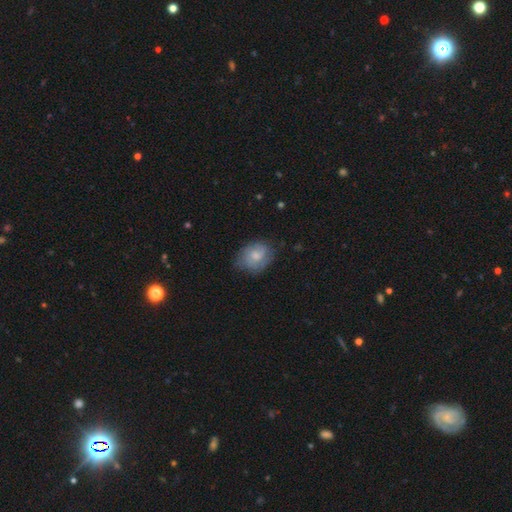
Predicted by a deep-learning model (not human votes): Smooth or featured? smooth (52%)
How rounded? in between (56%)
Merging? none (66%)